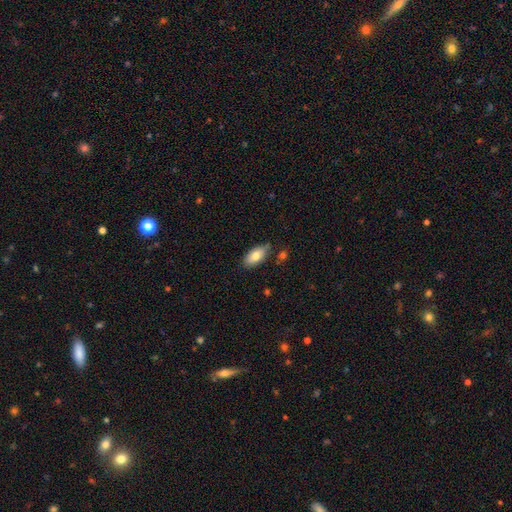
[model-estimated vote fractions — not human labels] smooth_or_featured: smooth (p=0.80) [alt: featured or disk p=0.14]
how_rounded: in between (p=0.90) [alt: cigar-shaped p=0.07]
merging: none (p=0.76) [alt: minor disturbance p=0.17]